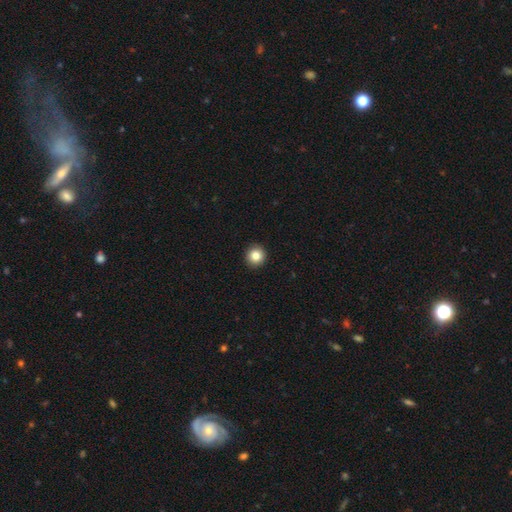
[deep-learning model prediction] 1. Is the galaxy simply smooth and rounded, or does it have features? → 84% smooth, 10% star or artifact, 6% featured or disk.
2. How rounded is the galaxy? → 94% round, 5% in between, 1% cigar-shaped.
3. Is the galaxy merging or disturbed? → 93% none, 4% minor disturbance, 1% major disturbance, 1% merger.